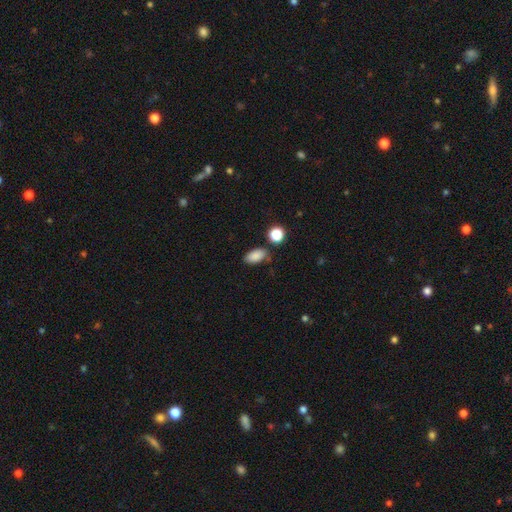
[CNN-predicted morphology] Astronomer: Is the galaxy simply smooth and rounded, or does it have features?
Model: smooth — 86%.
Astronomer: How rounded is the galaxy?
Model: in between — 91%.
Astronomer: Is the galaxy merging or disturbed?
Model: none — 75%.